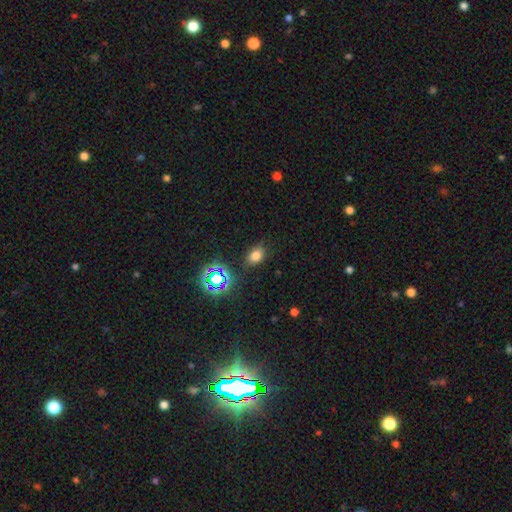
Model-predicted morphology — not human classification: Smooth or featured: smooth — 72% (star or artifact — 21%)
How rounded: in between — 74% (round — 24%)
Merging: none — 82% (minor disturbance — 12%)